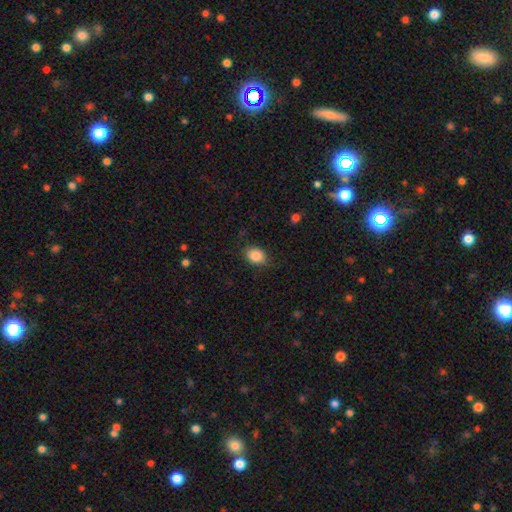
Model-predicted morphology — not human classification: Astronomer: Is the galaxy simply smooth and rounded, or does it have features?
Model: smooth — 86%.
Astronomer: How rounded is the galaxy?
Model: in between — 61% (runner-up: round, 38%).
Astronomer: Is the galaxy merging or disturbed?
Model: none — 78%.